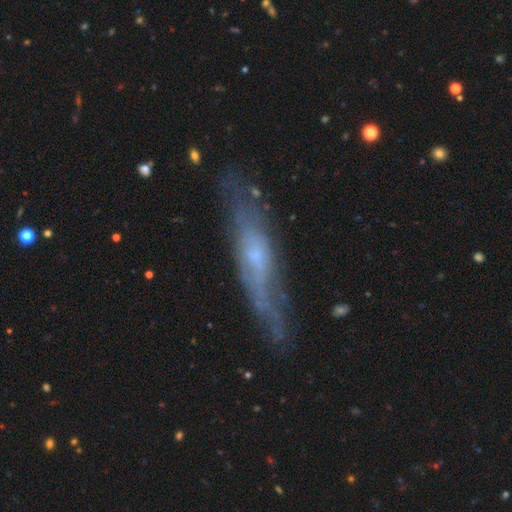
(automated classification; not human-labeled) A featured or disk galaxy (64%) viewed edge-on (57%).

Vote fractions:
- Smooth or featured? featured or disk: 64% / smooth: 29% / star or artifact: 8%
- Edge-on disk? yes: 57% / no: 43%
- Merging? none: 66% / minor disturbance: 22% / major disturbance: 9% / merger: 3%